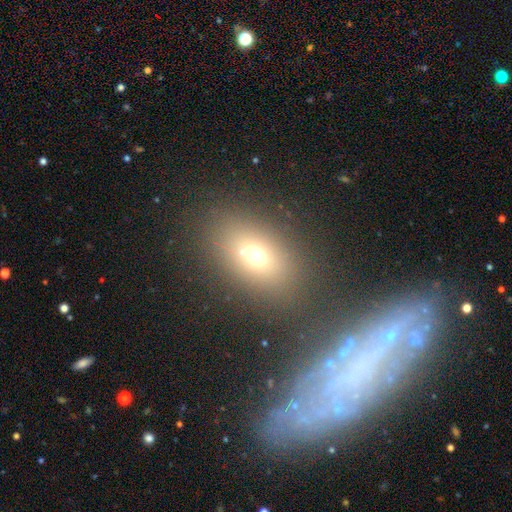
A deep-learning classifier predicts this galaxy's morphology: A smooth galaxy with no disk features (65%) that is in between round and cigar-shaped (72%).

Vote fractions:
- Smooth or featured? smooth: 65% / star or artifact: 20% / featured or disk: 15%
- How rounded? in between: 72% / round: 25% / cigar-shaped: 3%
- Merging? none: 77% / minor disturbance: 10% / merger: 7% / major disturbance: 5%